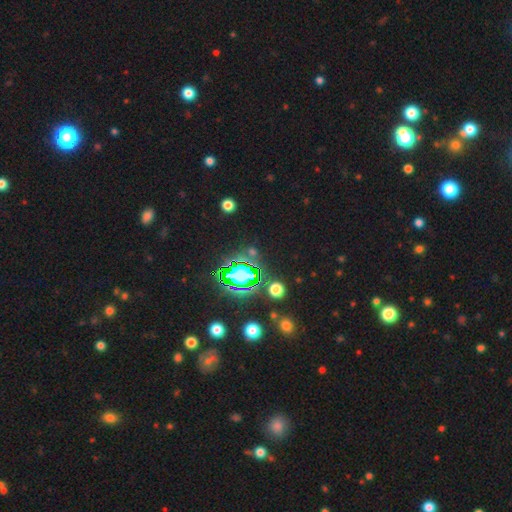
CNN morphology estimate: Smooth or featured: star or artifact — 81% (smooth — 12%)